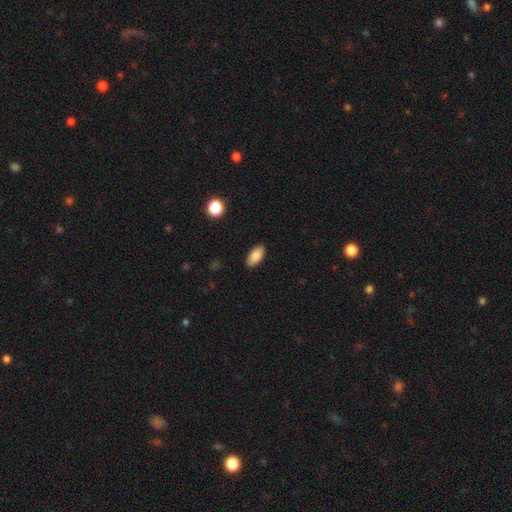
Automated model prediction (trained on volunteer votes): The model was most divided on "smooth or featured": smooth: 86%, star or artifact: 7%, featured or disk: 7%. More confident: how rounded — in between (92%); merging — none (89%).